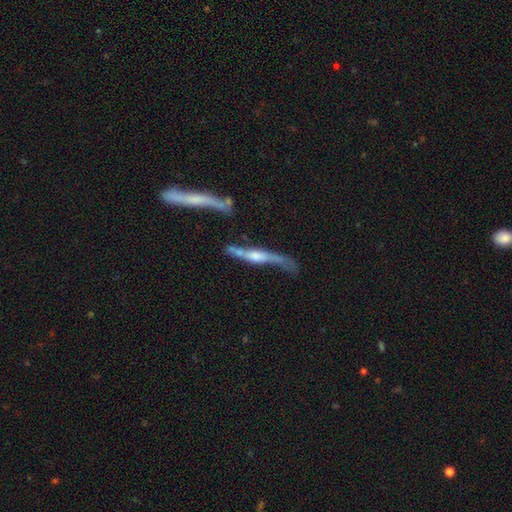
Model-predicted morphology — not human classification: smooth_or_featured: featured or disk (p=0.70) [alt: smooth p=0.23]
disk_edge_on: yes (p=0.75) [alt: no p=0.25]
edge_on_bulge: rounded (p=0.70) [alt: boxy p=0.18]
merging: none (p=0.35) [alt: major disturbance p=0.22]